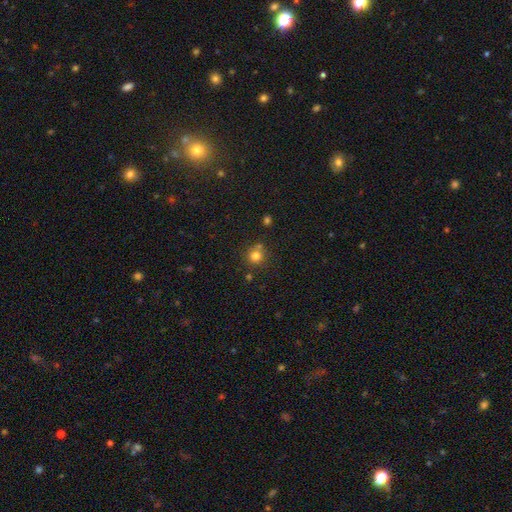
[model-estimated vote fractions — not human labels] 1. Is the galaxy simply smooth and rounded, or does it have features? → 79% smooth, 15% star or artifact, 7% featured or disk.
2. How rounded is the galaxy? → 92% round, 7% in between, 1% cigar-shaped.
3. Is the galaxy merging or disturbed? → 71% none, 16% merger, 9% minor disturbance, 3% major disturbance.